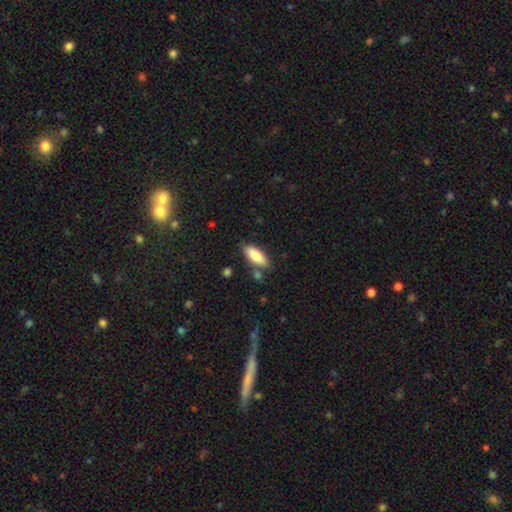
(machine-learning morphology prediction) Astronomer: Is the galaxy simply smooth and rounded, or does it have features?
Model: smooth — 83%.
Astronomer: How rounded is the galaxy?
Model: in between — 75%.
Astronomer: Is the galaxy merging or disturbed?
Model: none — 78%.